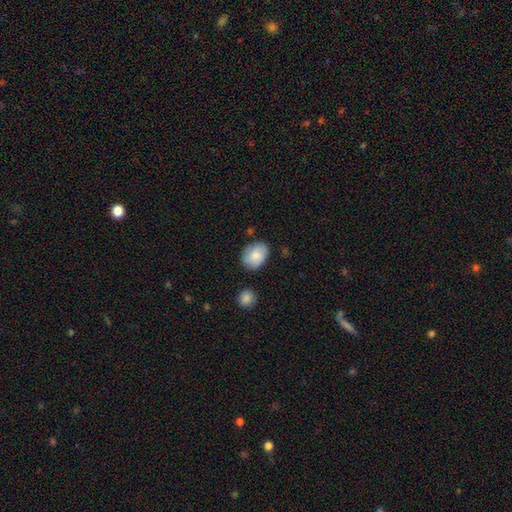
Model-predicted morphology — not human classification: Smooth or featured? smooth (79%)
How rounded? in between (60%)
Merging? none (75%)